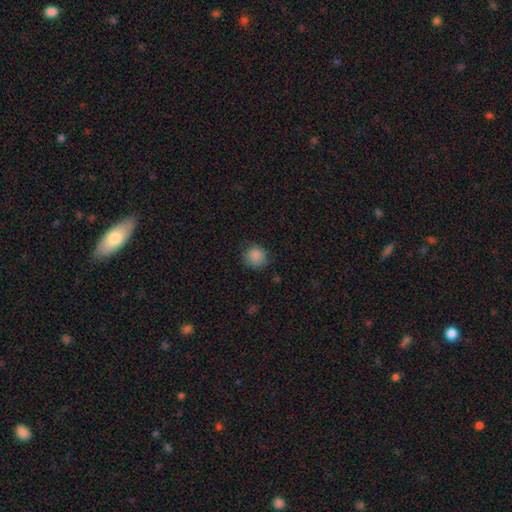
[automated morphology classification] Overall: smooth (87%). How rounded: round (85%). Merging: none (76%).